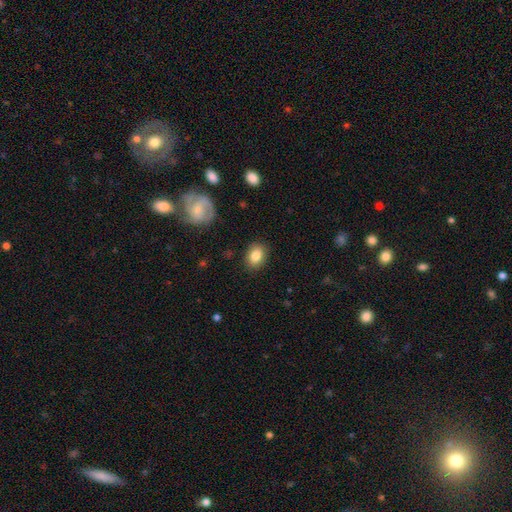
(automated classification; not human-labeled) This appears to be a smooth galaxy with no disk features (84%) that is in between round and cigar-shaped (70%). Merging: none (86%).